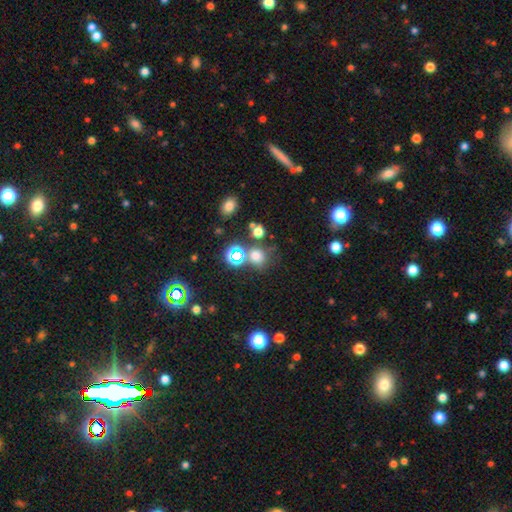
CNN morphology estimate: smooth_or_featured: smooth (p=0.64) [alt: star or artifact p=0.28]
how_rounded: round (p=0.80) [alt: in between p=0.19]
merging: none (p=0.66) [alt: merger p=0.18]